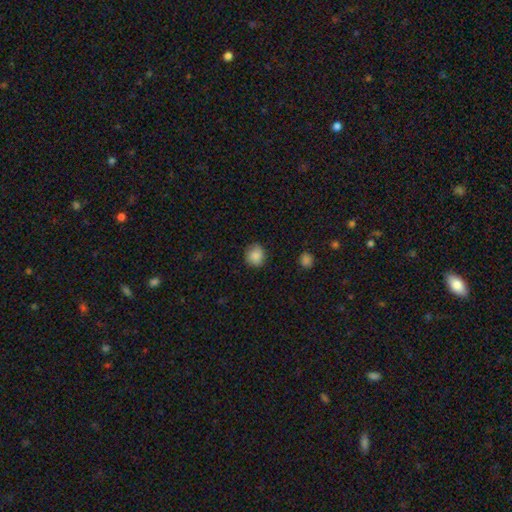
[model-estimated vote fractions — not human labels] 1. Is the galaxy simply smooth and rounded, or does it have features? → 87% smooth, 9% star or artifact, 5% featured or disk.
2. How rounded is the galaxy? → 83% round, 16% in between, 1% cigar-shaped.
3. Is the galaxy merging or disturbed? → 81% none, 15% minor disturbance, 3% major disturbance, 1% merger.